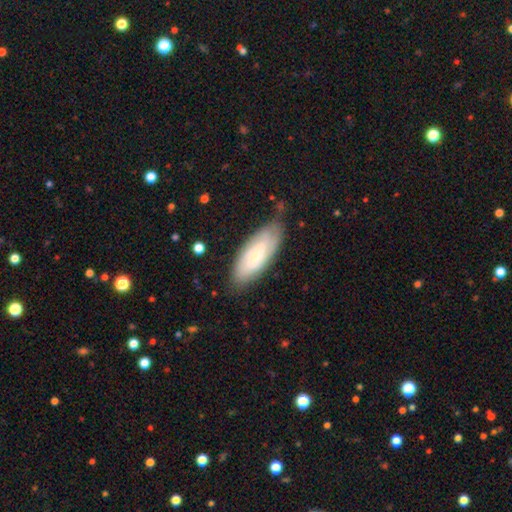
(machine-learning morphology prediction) type=featured or disk (49%); merging=none (76%).